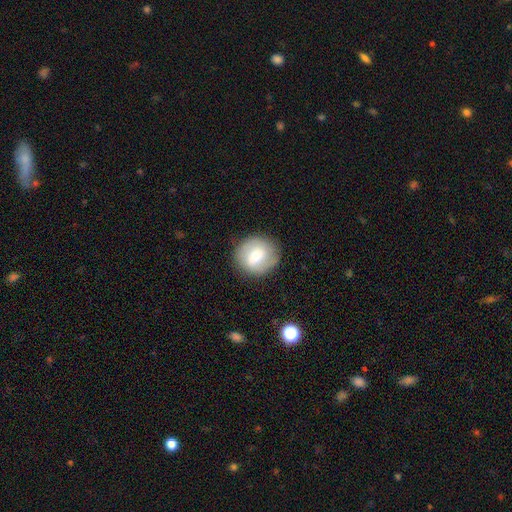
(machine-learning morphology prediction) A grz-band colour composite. It shows a smooth galaxy with no disk features (55%) that is round (85%). Merging: none (84%).